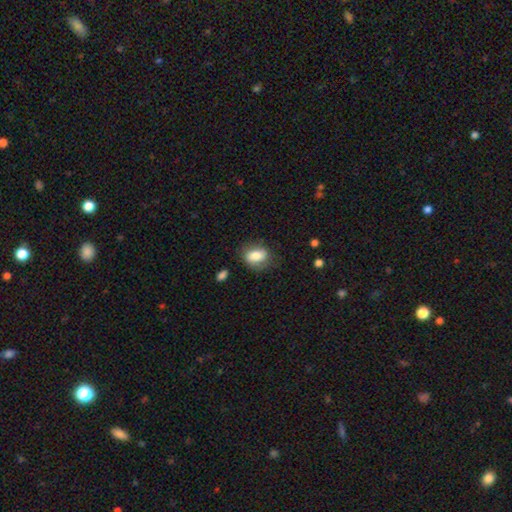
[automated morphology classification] Smooth or featured: smooth — 80% (featured or disk — 13%)
How rounded: in between — 72% (round — 26%)
Merging: none — 73% (minor disturbance — 19%)